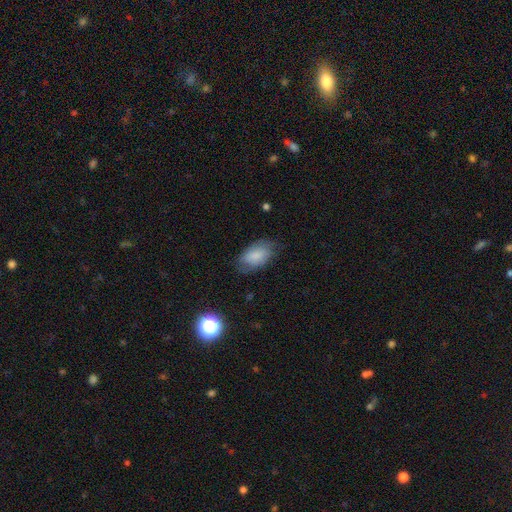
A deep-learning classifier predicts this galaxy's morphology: smooth 78%, featured or disk 15%, star or artifact 7%. Down the decision tree: how rounded — in between (93%); merging — none (67%).